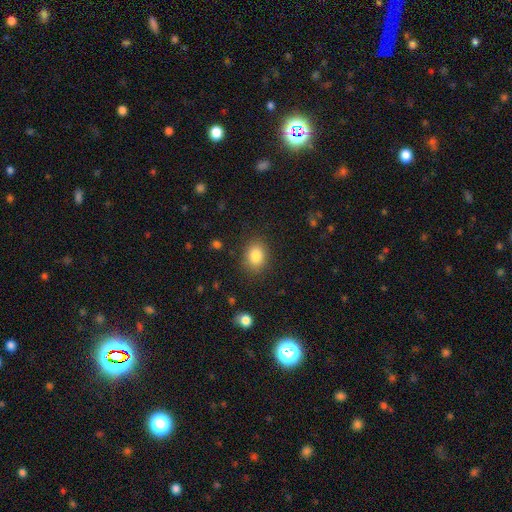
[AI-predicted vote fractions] Smooth or featured? Predicted: smooth (p=0.85). How rounded? Predicted: in between (p=0.54). Merging? Predicted: none (p=0.85).